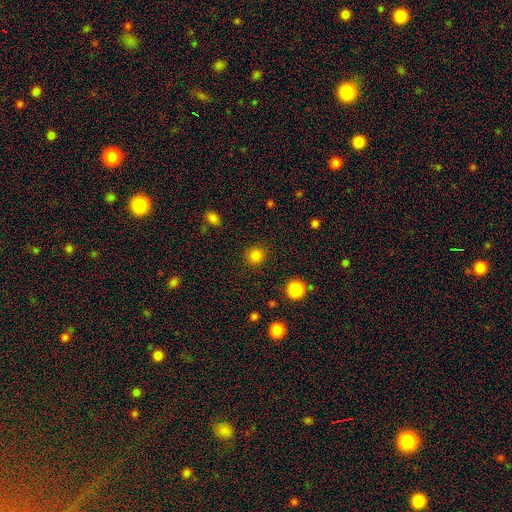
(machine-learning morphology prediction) smooth_or_featured: smooth (p=0.84) [alt: star or artifact p=0.13]
how_rounded: round (p=0.90) [alt: in between p=0.09]
merging: none (p=0.90) [alt: minor disturbance p=0.06]